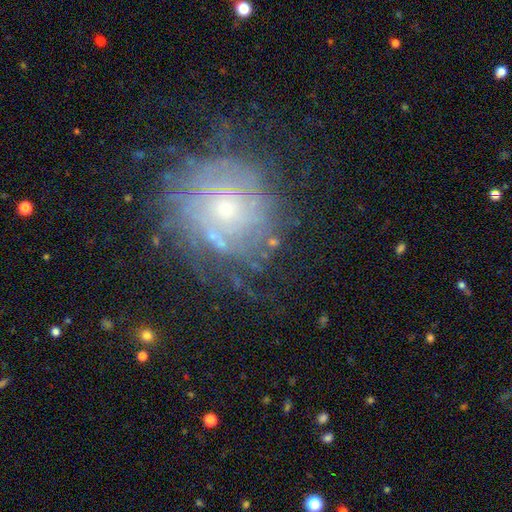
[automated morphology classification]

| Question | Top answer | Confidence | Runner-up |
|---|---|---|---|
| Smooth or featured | featured or disk | 59% | smooth (23%) |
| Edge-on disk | no | 95% | yes (5%) |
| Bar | no | 83% | weak (13%) |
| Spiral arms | yes | 63% | no (37%) |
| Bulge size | small | 52% | moderate (39%) |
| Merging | none | 68% | minor disturbance (17%) |